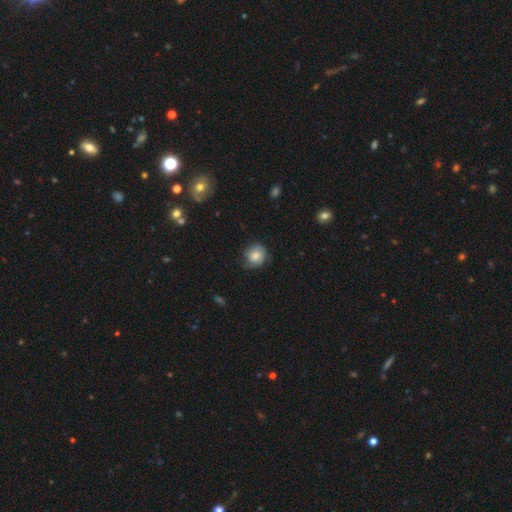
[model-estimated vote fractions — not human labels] This is likely a smooth galaxy (70%). How rounded: clearly round (82%). Merging: likely none (63%).